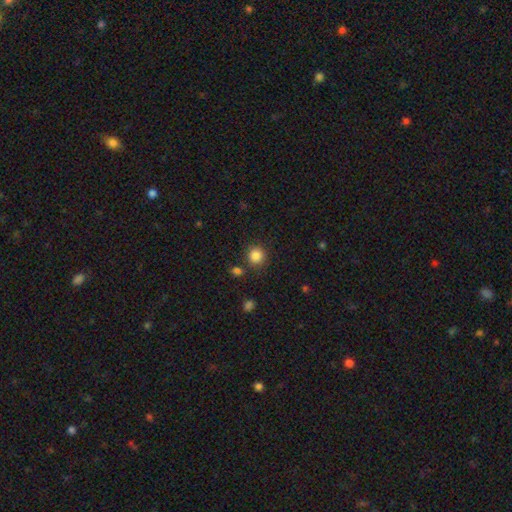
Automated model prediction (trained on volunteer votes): Smooth or featured? Predicted: smooth (p=0.85). How rounded? Predicted: round (p=0.91). Merging? Predicted: none (p=0.84).